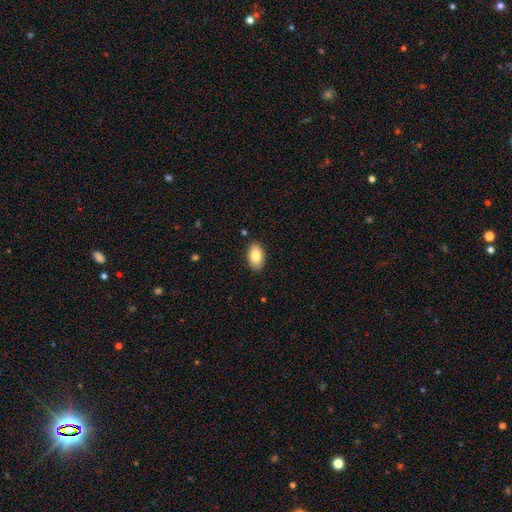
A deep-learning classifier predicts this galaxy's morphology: This appears to be a smooth galaxy with no disk features (83%) that is in between round and cigar-shaped (93%). Merging: none (88%).